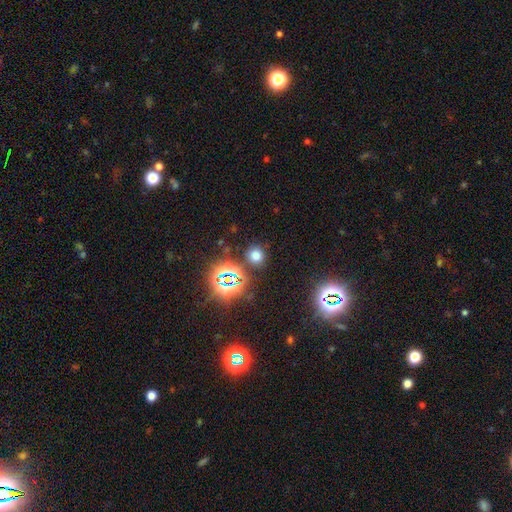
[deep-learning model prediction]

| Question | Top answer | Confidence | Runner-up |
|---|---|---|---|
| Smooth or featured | smooth | 64% | star or artifact (30%) |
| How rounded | round | 86% | in between (13%) |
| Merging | none | 84% | minor disturbance (8%) |